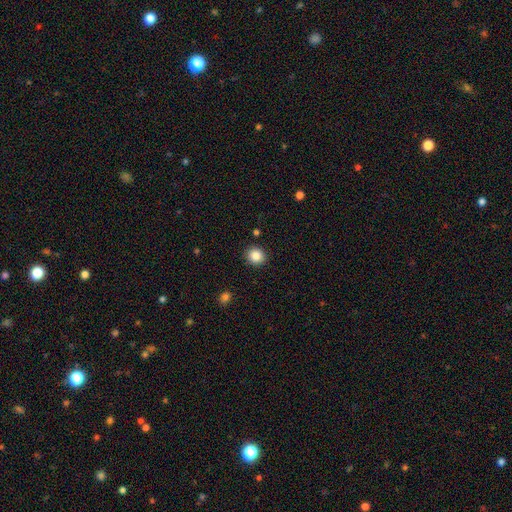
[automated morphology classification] Q: Smooth or featured?
A: smooth (86%); runner-up: star or artifact (9%)
Q: How rounded?
A: round (82%); runner-up: in between (17%)
Q: Merging?
A: none (91%); runner-up: minor disturbance (6%)